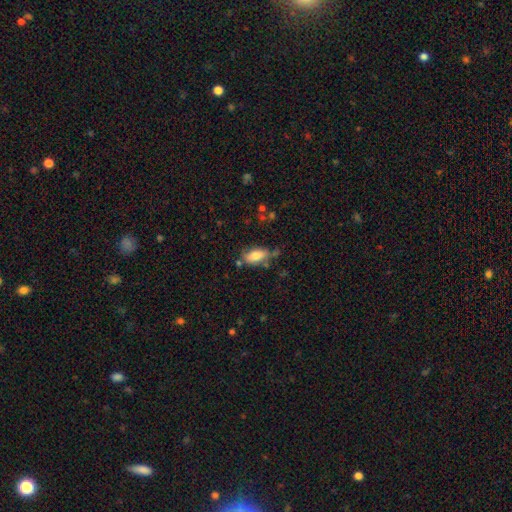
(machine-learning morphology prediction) A smooth galaxy with no disk features (76%) that is in between round and cigar-shaped (88%). Merging: none (61%).